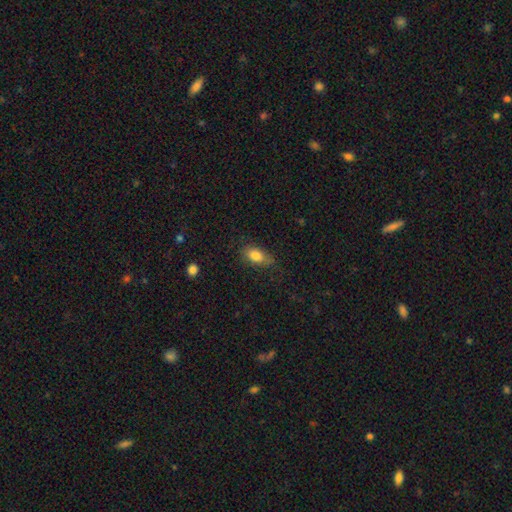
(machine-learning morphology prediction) smooth 83%, featured or disk 9%, star or artifact 8%. Down the decision tree: how rounded — in between (87%); merging — none (71%).